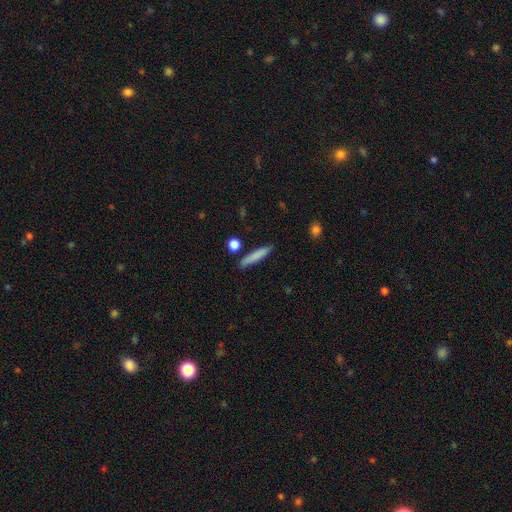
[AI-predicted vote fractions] Morphology: type=smooth (79%); roundness=cigar-shaped (89%); merging=none (84%).